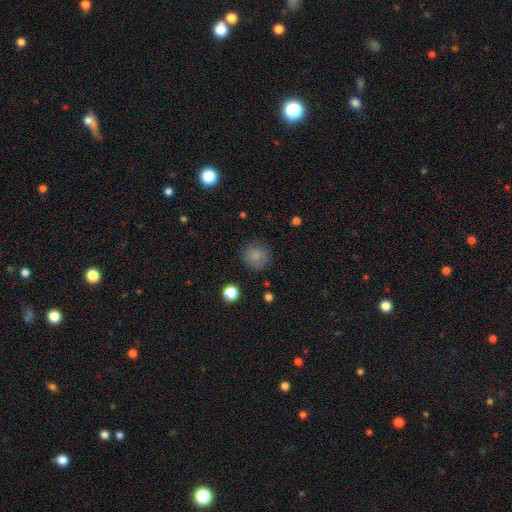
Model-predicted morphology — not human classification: Smooth or featured? smooth (82%)
How rounded? round (92%)
Merging? none (80%)